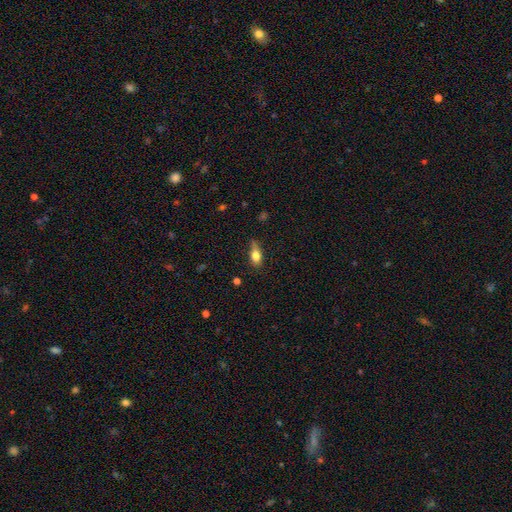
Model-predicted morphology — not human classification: smooth-or-featured: smooth: 76% | featured or disk: 16% | star or artifact: 8%
  how-rounded: in between: 79% | cigar-shaped: 12% | round: 9%
  merging: none: 59% | minor disturbance: 31% | major disturbance: 7% | merger: 2%